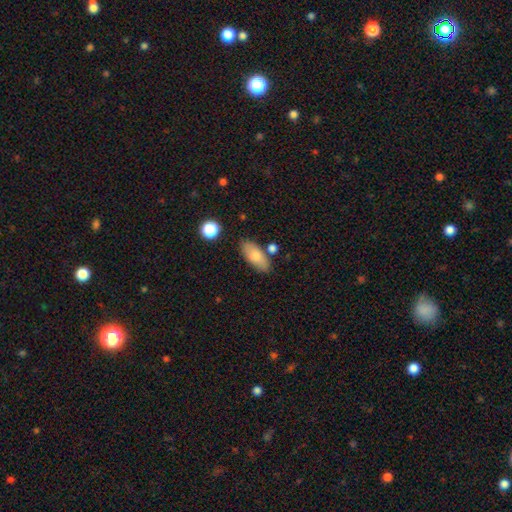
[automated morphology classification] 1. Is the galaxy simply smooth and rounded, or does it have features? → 77% smooth, 16% featured or disk, 7% star or artifact.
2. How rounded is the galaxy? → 87% in between, 10% cigar-shaped, 3% round.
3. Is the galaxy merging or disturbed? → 77% none, 14% minor disturbance, 7% merger, 3% major disturbance.